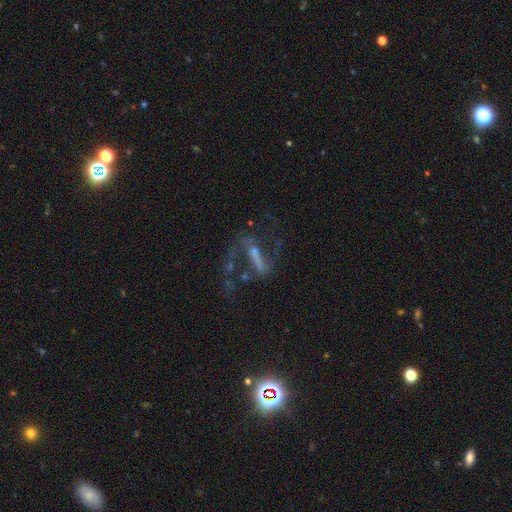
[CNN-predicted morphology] Overall: featured or disk (75%). Edge-on disk: no (86%). Bar: strong (53%; weak 29%). Spiral arms: yes (80%). Spiral arm count: 2 (82%). Spiral winding: loose (67%). Bulge size: small (44%; none 26%). Merging: none (47%; major disturbance 32%).